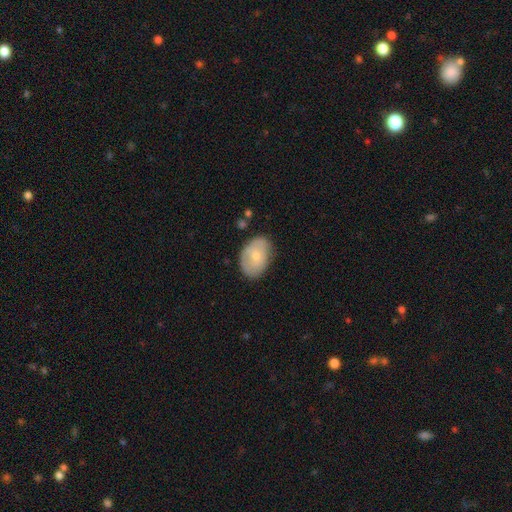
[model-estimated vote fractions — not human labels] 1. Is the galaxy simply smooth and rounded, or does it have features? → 64% smooth, 29% featured or disk, 6% star or artifact.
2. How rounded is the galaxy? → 83% in between, 16% round, 1% cigar-shaped.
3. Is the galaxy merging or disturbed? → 73% none, 20% minor disturbance, 4% major disturbance, 2% merger.